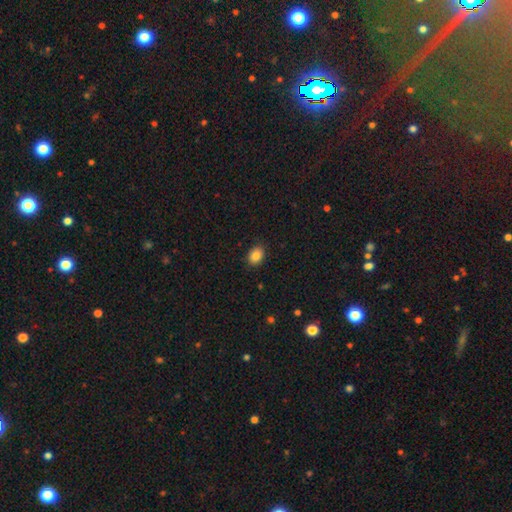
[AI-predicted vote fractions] The model was most divided on "how rounded": in between: 69%, round: 30%, cigar-shaped: 1%. More confident: merging — none (88%); smooth or featured — smooth (86%).